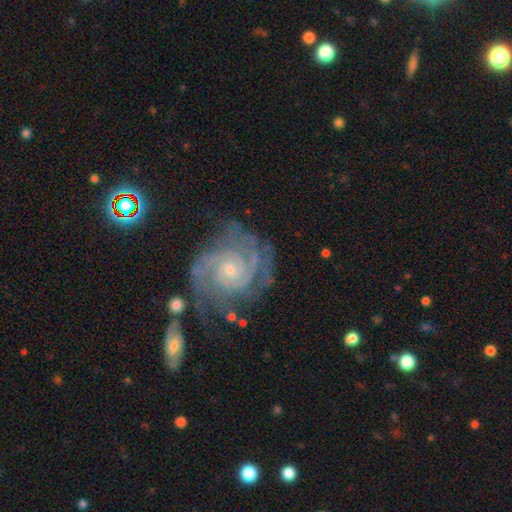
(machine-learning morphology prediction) This appears to be a featured or disk galaxy (87%) with no bar (73%), 2 (26%) tight (70%) spiral arms (97%) and a small central bulge (72%). Merging: none (68%).